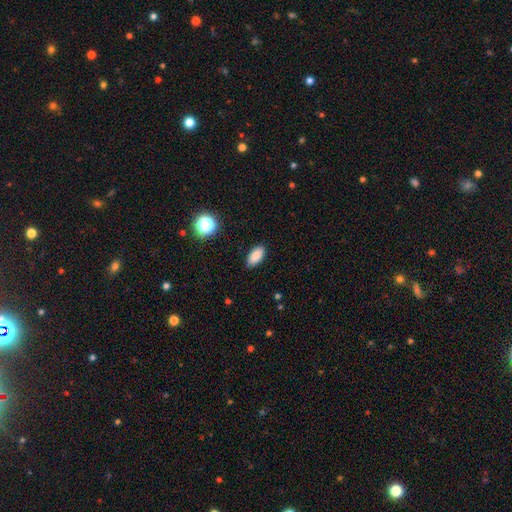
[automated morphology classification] smooth_or_featured: smooth (p=0.85) [alt: star or artifact p=0.09]
how_rounded: in between (p=0.89) [alt: cigar-shaped p=0.08]
merging: none (p=0.86) [alt: minor disturbance p=0.10]